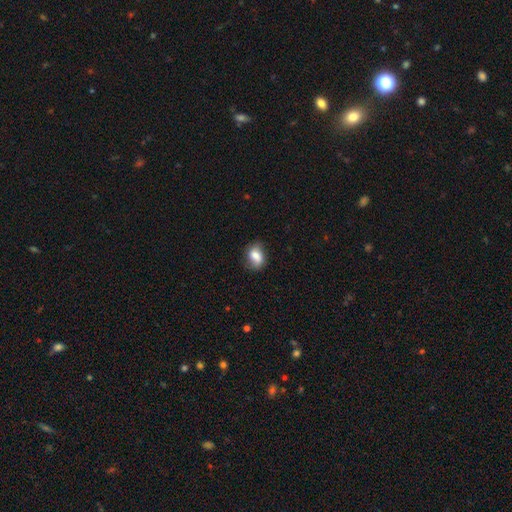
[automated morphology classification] This appears to be a smooth galaxy with no disk features (75%) that is in between round and cigar-shaped (70%). Merging: none (69%).